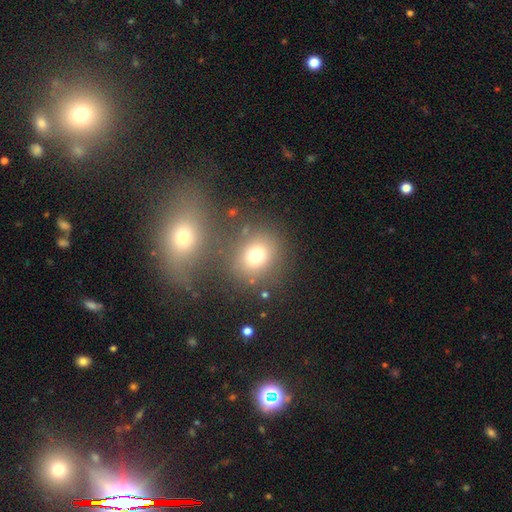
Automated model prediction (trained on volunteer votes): Smooth or featured?
  - smooth: 73% *
  - star or artifact: 16%
  - featured or disk: 11%
How rounded?
  - round: 75% *
  - in between: 24%
  - cigar-shaped: 1%
Merging?
  - none: 69% *
  - merger: 15%
  - minor disturbance: 10%
  - major disturbance: 6%